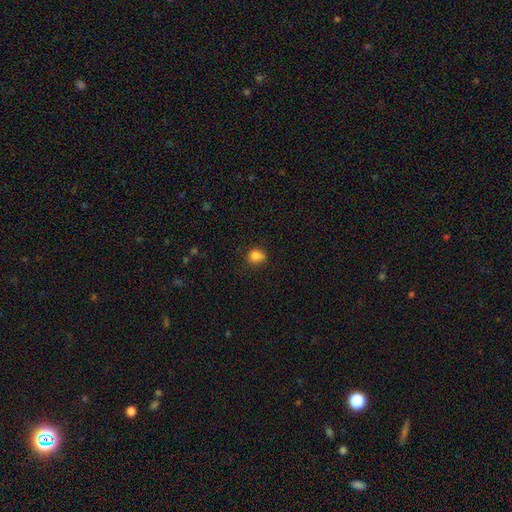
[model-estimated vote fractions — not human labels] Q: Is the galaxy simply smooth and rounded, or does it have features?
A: smooth — 83%.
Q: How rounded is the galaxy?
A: round — 65%.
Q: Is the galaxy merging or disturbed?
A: none — 64%.